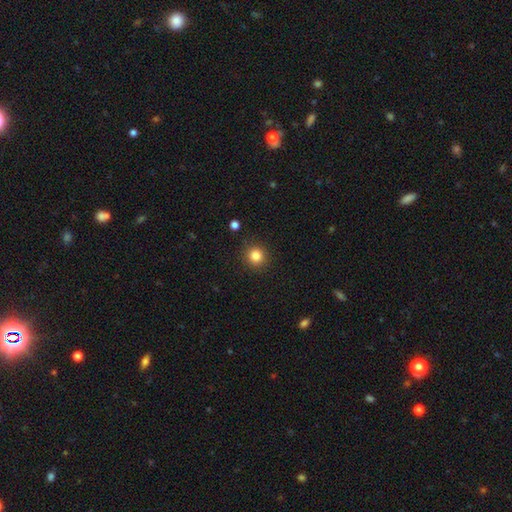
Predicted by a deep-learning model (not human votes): Smooth or featured? Predicted: smooth (p=0.84). How rounded? Predicted: round (p=0.93). Merging? Predicted: none (p=0.90).